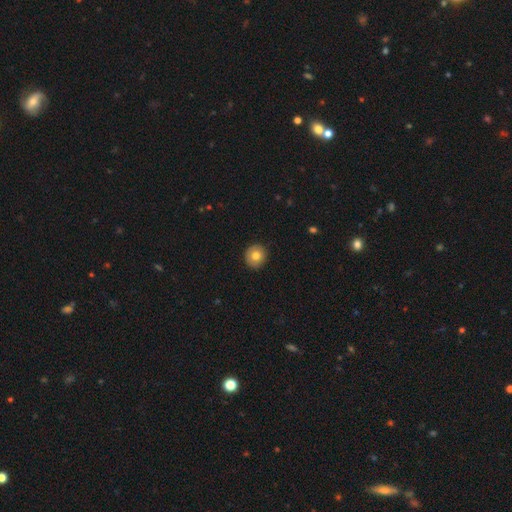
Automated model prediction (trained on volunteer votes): Overall: smooth (79%). How rounded: round (89%). Merging: none (90%).